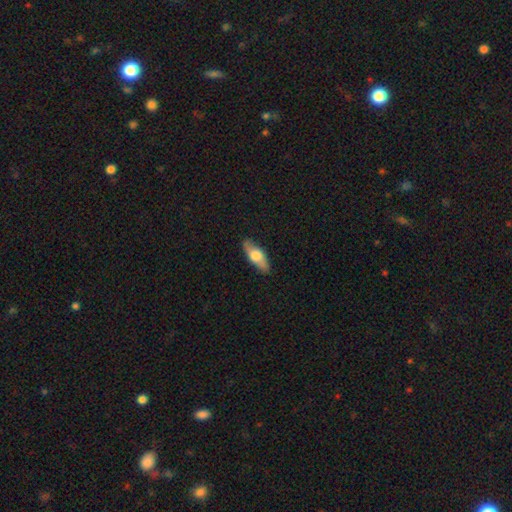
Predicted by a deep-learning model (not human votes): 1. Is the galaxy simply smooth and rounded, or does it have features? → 60% smooth, 34% featured or disk, 6% star or artifact.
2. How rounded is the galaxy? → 67% in between, 30% cigar-shaped, 3% round.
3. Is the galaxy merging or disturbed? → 86% none, 11% minor disturbance, 2% major disturbance, 1% merger.